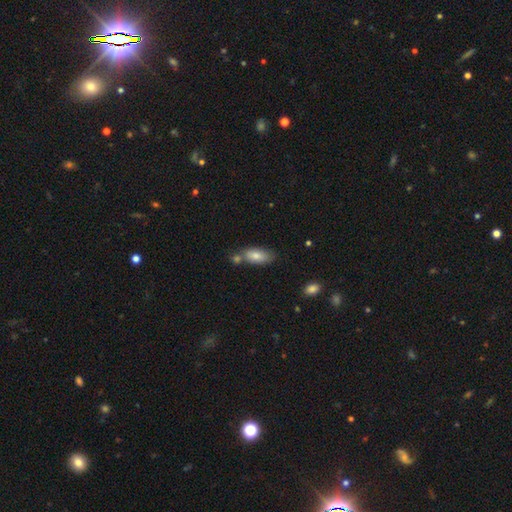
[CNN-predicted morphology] smooth 79%, featured or disk 14%, star or artifact 7%. Down the decision tree: how rounded — in between (84%); merging — none (57%).